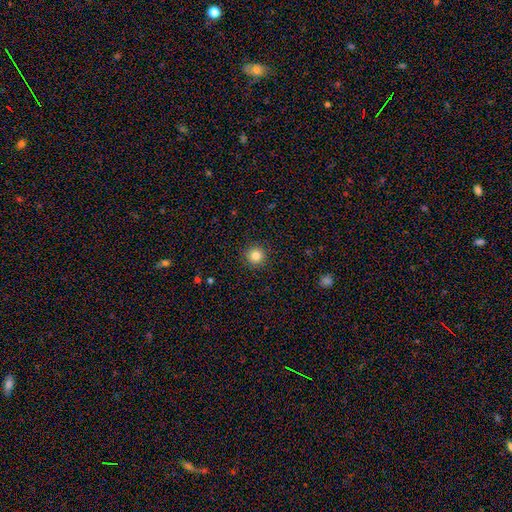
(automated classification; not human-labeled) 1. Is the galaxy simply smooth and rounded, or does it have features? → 83% smooth, 12% star or artifact, 5% featured or disk.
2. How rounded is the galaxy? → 95% round, 4% in between, 1% cigar-shaped.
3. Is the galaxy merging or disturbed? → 92% none, 5% minor disturbance, 2% major disturbance, 1% merger.